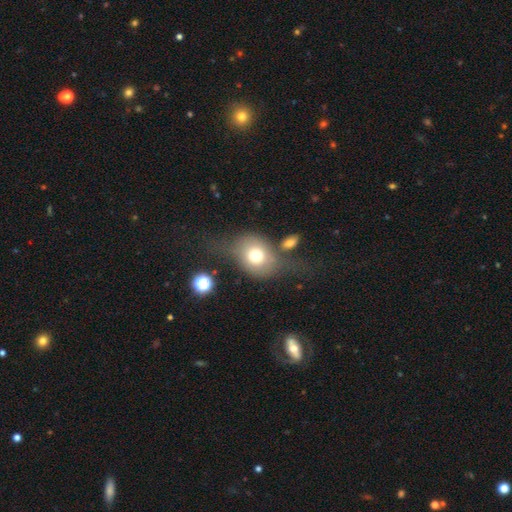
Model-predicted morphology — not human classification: This is likely a smooth galaxy (65%). How rounded: possibly round (52%). Merging: marginally none (42%).